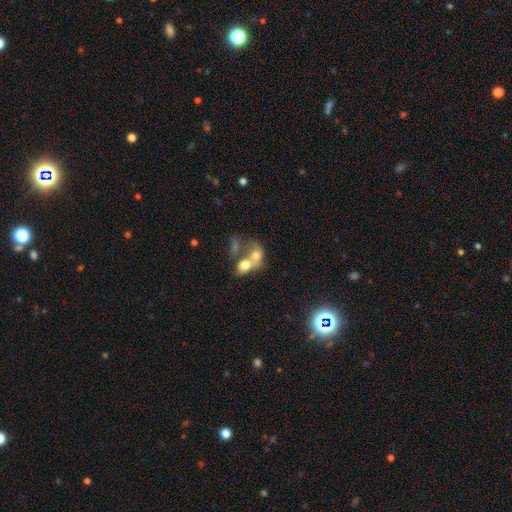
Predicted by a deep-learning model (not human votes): A smooth galaxy with no disk features (62%) that is in between round and cigar-shaped (65%). Merging: merger (73%).